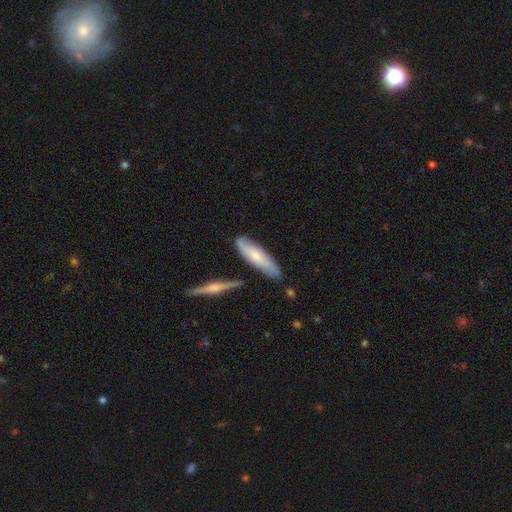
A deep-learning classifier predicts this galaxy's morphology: The model was most divided on "smooth or featured": smooth: 56%, featured or disk: 38%, star or artifact: 6%. More confident: merging — none (73%); how rounded — cigar-shaped (59%).